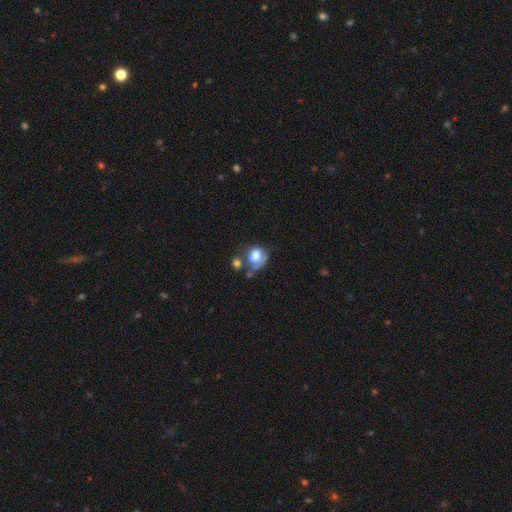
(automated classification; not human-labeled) smooth_or_featured: smooth (p=0.65) [alt: featured or disk p=0.25]
how_rounded: round (p=0.57) [alt: in between p=0.42]
merging: merger (p=0.29) [alt: none p=0.26]